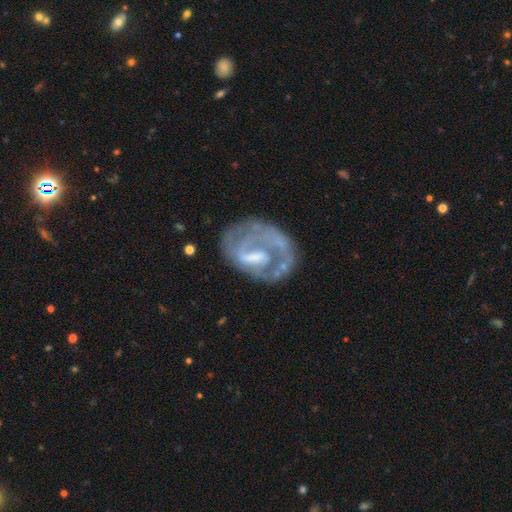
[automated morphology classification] smooth_or_featured: featured or disk (p=0.71) [alt: smooth p=0.21]
disk_edge_on: no (p=0.96) [alt: yes p=0.04]
bar: weak (p=0.39) [alt: no p=0.35]
has_spiral_arms: no (p=0.51) [alt: yes p=0.49]
bulge_size: moderate (p=0.37) [alt: none p=0.30]
merging: none (p=0.48) [alt: major disturbance p=0.26]